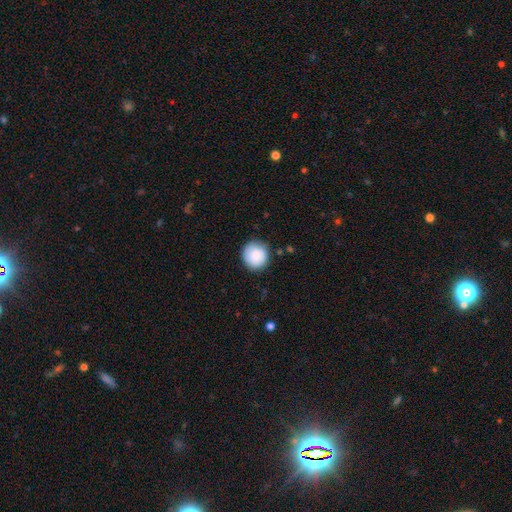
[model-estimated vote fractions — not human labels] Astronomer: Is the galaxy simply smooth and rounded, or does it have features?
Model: smooth — 86%.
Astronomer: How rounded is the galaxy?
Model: round — 93%.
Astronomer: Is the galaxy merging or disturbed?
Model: none — 84%.